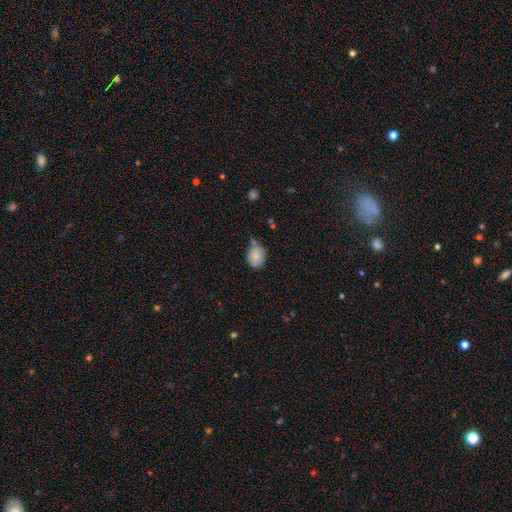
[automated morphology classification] A smooth galaxy with no disk features (83%) that is in between round and cigar-shaped (50%).

Vote fractions:
- Smooth or featured? smooth: 83% / star or artifact: 8% / featured or disk: 8%
- How rounded? in between: 50% / round: 49% / cigar-shaped: 1%
- Merging? none: 60% / minor disturbance: 26% / merger: 9% / major disturbance: 5%